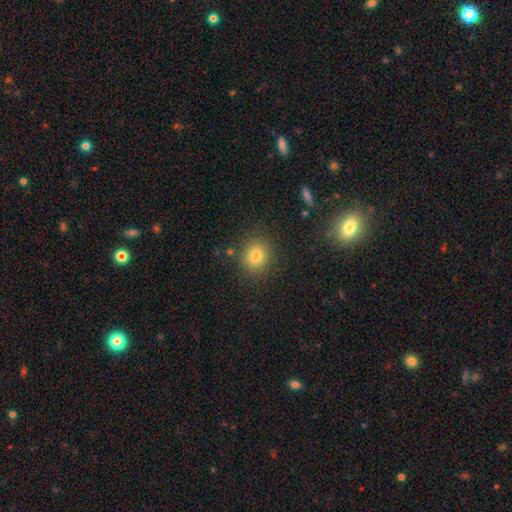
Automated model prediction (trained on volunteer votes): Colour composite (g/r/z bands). It shows a smooth galaxy with no disk features (82%) that is round (79%). Merging: none (86%).